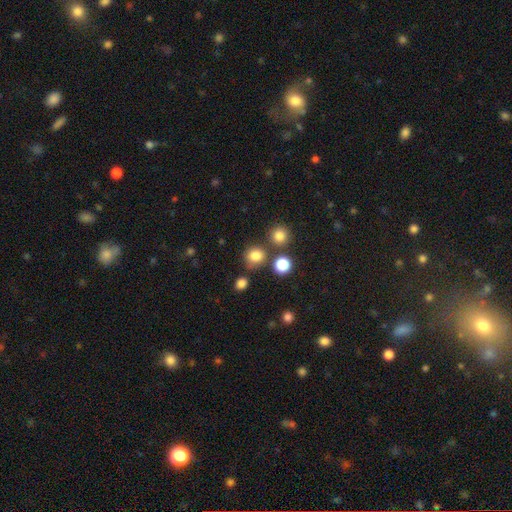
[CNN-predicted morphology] This appears to be a smooth galaxy with no disk features (80%) that is round (83%). Merging: none (75%).